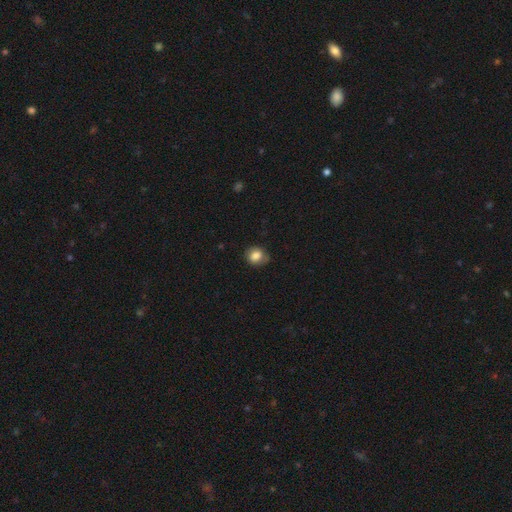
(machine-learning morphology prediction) A smooth galaxy with no disk features (82%) that is round (65%). Merging: none (69%).